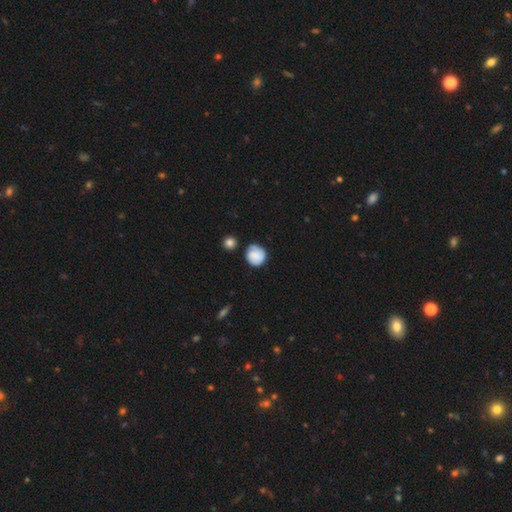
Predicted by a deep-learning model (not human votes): Morphology: type=smooth (78%); roundness=round (86%); merging=none (70%).